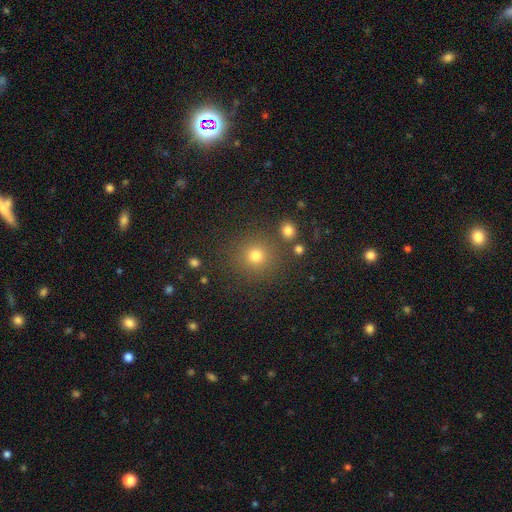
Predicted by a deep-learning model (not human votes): A smooth galaxy with no disk features (76%) that is round (93%). Merging: none (85%).